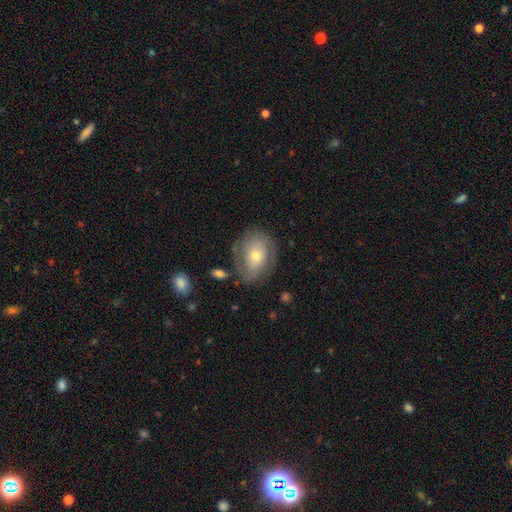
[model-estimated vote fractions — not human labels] This is possibly a featured or disk galaxy (49%). Merging: likely none (70%).